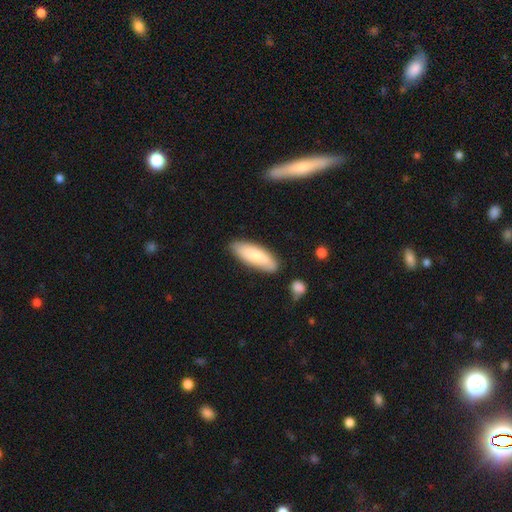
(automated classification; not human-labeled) The model was most divided on "how rounded": in between: 61%, cigar-shaped: 38%, round: 2%. More confident: merging — none (79%); smooth or featured — smooth (76%).